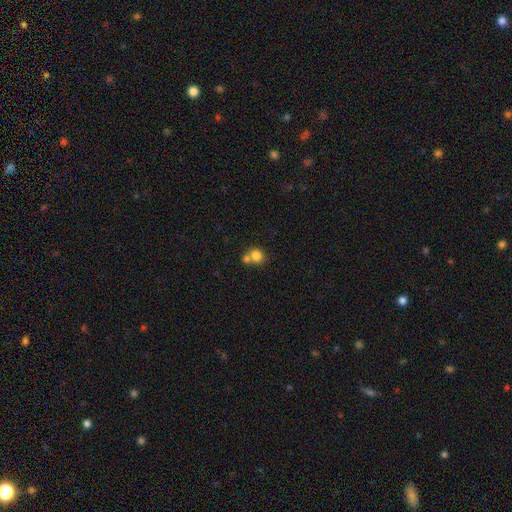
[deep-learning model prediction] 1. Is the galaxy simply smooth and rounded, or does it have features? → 80% smooth, 10% star or artifact, 10% featured or disk.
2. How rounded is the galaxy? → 79% round, 20% in between, 1% cigar-shaped.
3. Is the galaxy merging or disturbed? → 46% none, 43% merger, 8% minor disturbance, 3% major disturbance.